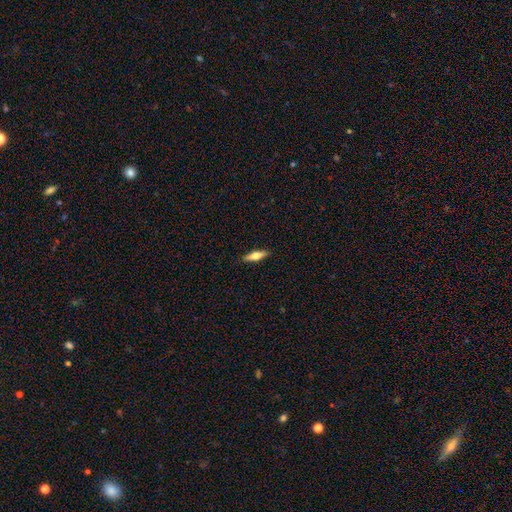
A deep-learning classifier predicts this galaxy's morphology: smooth 56%, featured or disk 38%, star or artifact 6%. Down the decision tree: how rounded — cigar-shaped (61%); merging — none (90%).